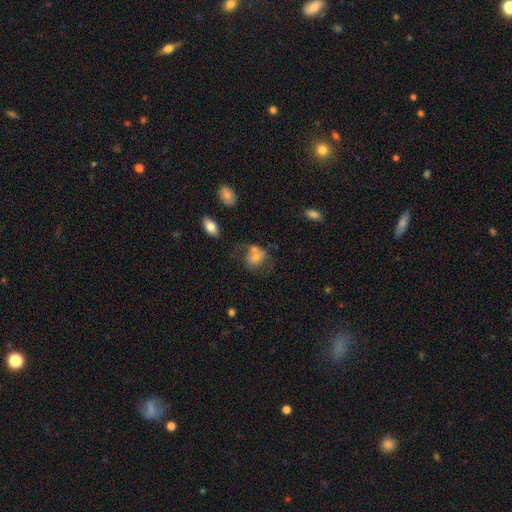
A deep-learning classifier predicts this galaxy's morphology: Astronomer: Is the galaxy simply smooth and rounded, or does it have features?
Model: smooth — 66%.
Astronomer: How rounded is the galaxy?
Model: in between — 54% (runner-up: round, 45%).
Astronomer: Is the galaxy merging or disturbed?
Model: none — 39% (runner-up: merger, 27%).